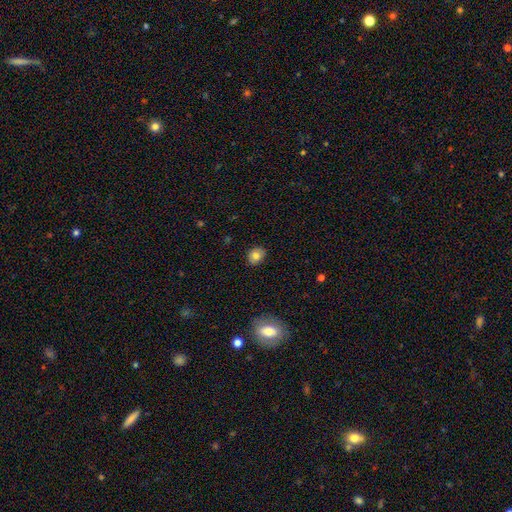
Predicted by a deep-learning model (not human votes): Smooth or featured: smooth — 79% (featured or disk — 11%)
How rounded: round — 51% (in between — 48%)
Merging: none — 86% (minor disturbance — 11%)